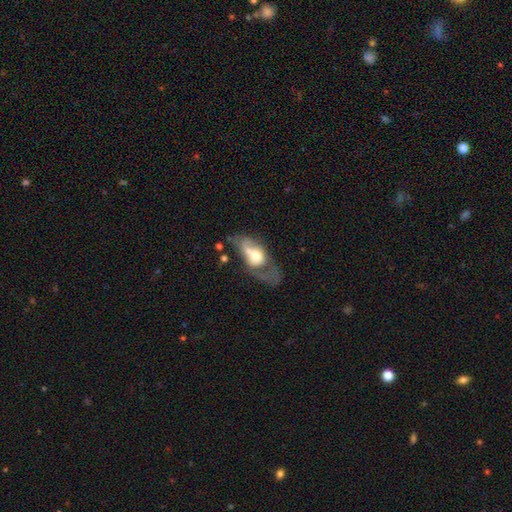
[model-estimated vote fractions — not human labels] Smooth or featured? Predicted: featured or disk (p=0.47). Merging? Predicted: major disturbance (p=0.41).